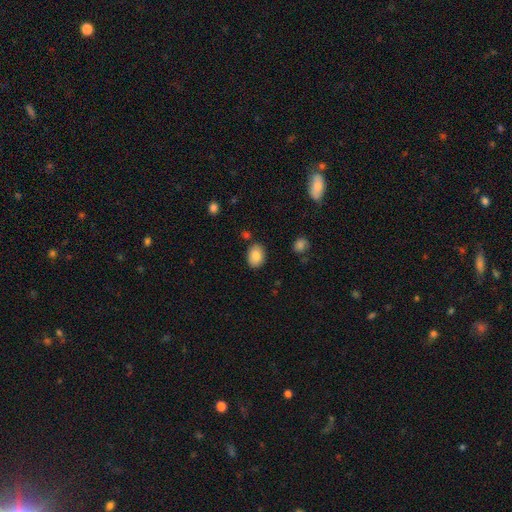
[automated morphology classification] Overall: smooth (86%). How rounded: in between (73%). Merging: none (82%).